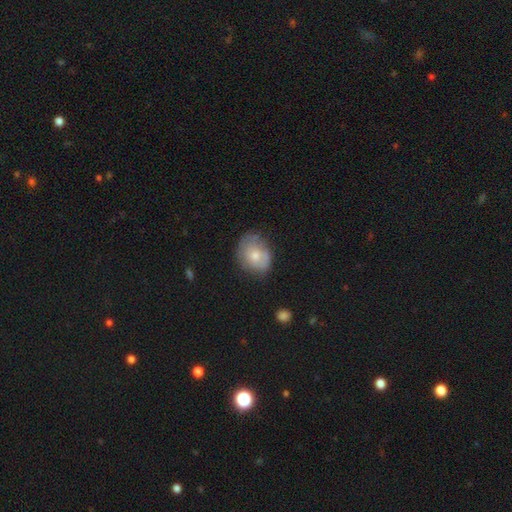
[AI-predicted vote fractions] Smooth or featured?
  - smooth: 63% *
  - featured or disk: 29%
  - star or artifact: 8%
How rounded?
  - round: 51% *
  - in between: 48%
  - cigar-shaped: 1%
Merging?
  - none: 57% *
  - minor disturbance: 30%
  - major disturbance: 10%
  - merger: 2%